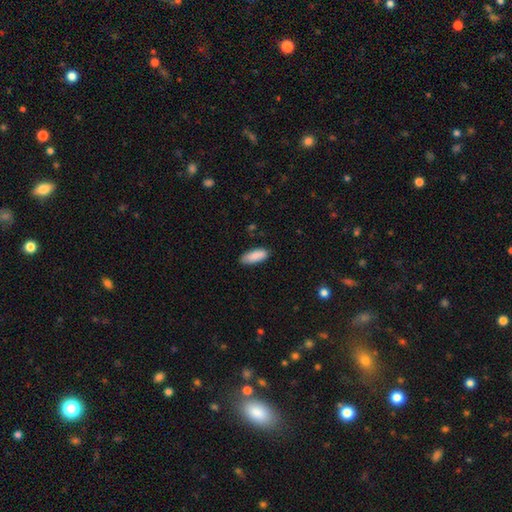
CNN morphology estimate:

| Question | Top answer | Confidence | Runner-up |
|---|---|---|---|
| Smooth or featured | smooth | 89% | star or artifact (6%) |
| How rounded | in between | 77% | cigar-shaped (22%) |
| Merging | none | 83% | minor disturbance (14%) |